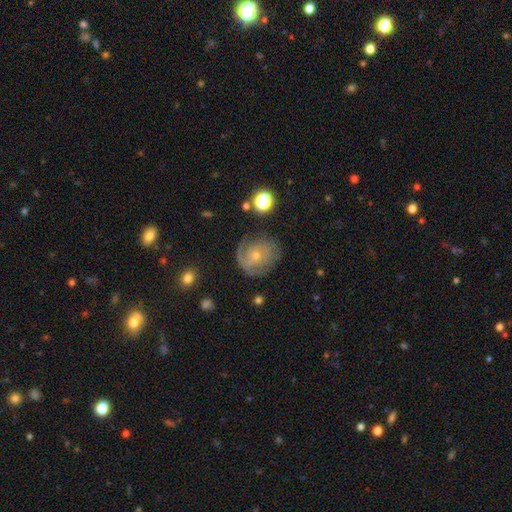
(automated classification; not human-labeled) The model was most divided on "spiral arm count": can't tell: 38%, 2: 31%, 1: 12%, 3: 11%, 4: 4%, more than 4: 4%. More confident: edge-on disk — no (97%); spiral arms — yes (88%); bar — no (78%); merging — none (72%); smooth or featured — featured or disk (72%); bulge size — small (67%); spiral winding — tight (66%).